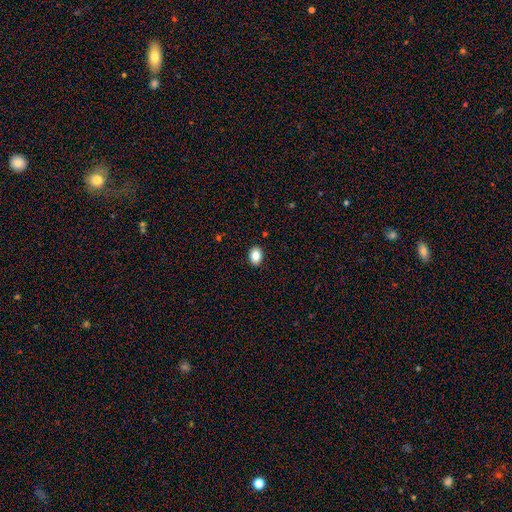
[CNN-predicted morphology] smooth 85%, star or artifact 9%, featured or disk 6%. Down the decision tree: how rounded — in between (75%); merging — none (90%).